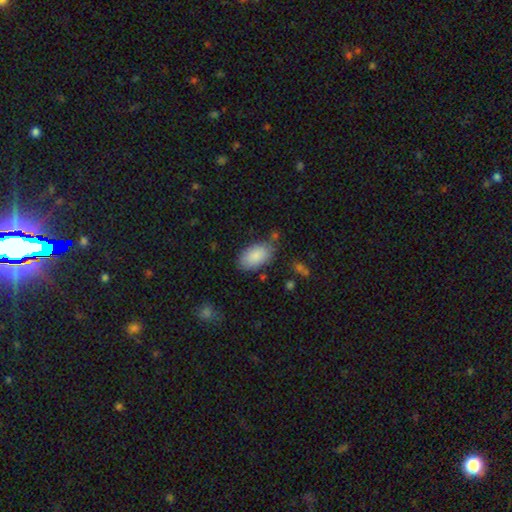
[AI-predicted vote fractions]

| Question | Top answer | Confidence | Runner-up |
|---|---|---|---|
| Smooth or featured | smooth | 88% | star or artifact (6%) |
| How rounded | in between | 94% | round (4%) |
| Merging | none | 74% | minor disturbance (18%) |